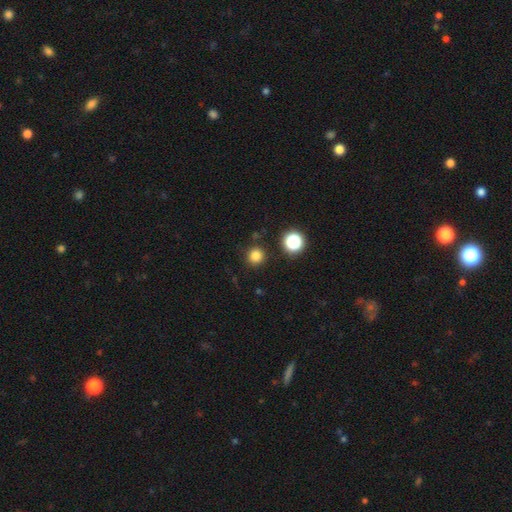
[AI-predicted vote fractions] Smooth or featured? Predicted: smooth (p=0.81). How rounded? Predicted: round (p=0.94). Merging? Predicted: none (p=0.89).